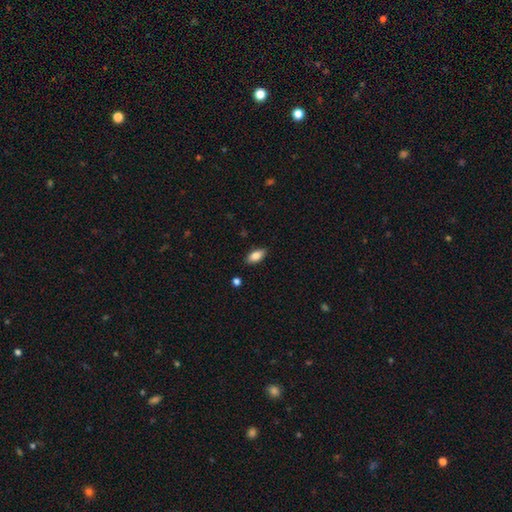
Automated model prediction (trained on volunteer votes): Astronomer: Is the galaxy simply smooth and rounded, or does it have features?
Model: smooth — 83%.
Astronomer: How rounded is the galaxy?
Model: in between — 90%.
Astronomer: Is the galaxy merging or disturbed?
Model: none — 87%.